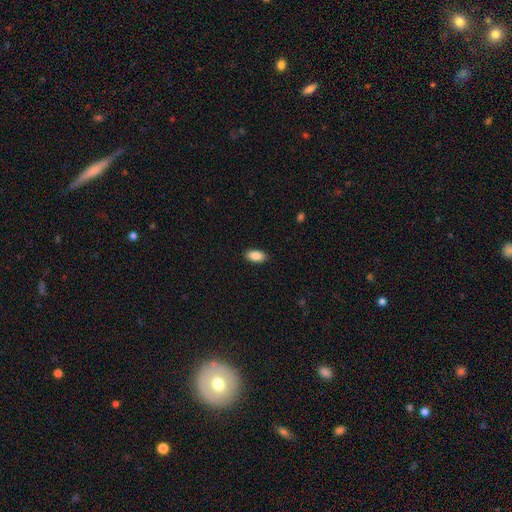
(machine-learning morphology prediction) Smooth or featured? smooth (90%)
How rounded? in between (93%)
Merging? none (89%)